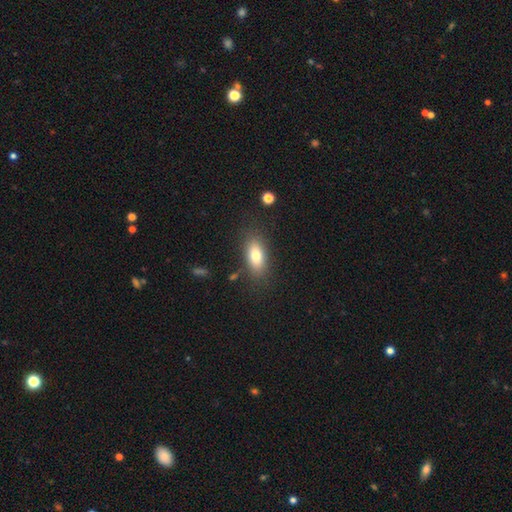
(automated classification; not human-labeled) A smooth galaxy with no disk features (76%) that is in between round and cigar-shaped (84%). Merging: none (81%).